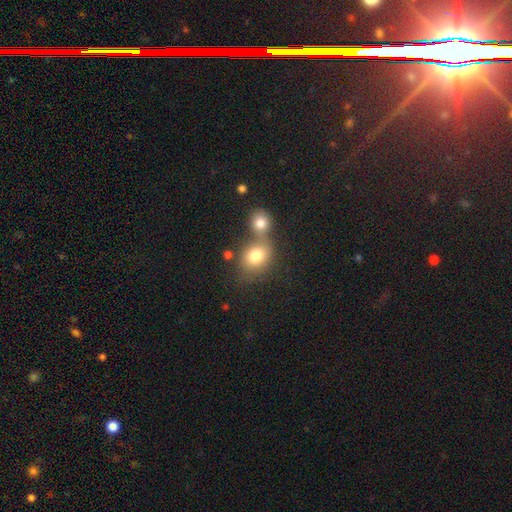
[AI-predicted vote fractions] The model was most divided on "how rounded": round: 57%, in between: 42%, cigar-shaped: 1%. More confident: smooth or featured — smooth (79%); merging — merger (51%).